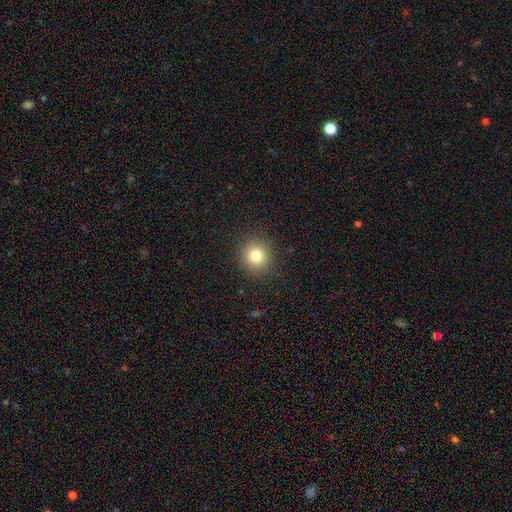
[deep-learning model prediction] This appears to be a smooth galaxy with no disk features (80%) that is round (91%). Merging: none (90%).